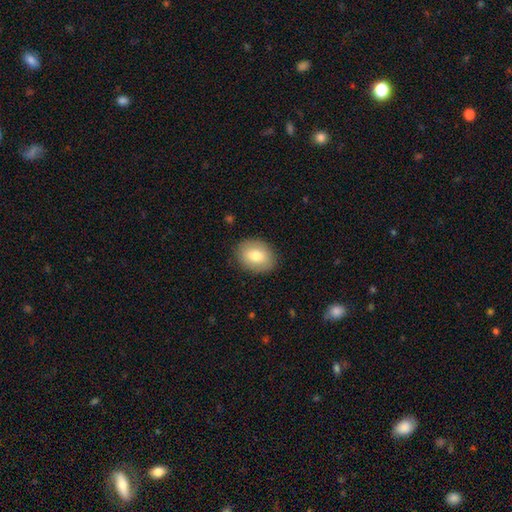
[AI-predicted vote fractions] Morphology: type=smooth (76%); roundness=in between (60%); merging=none (87%).